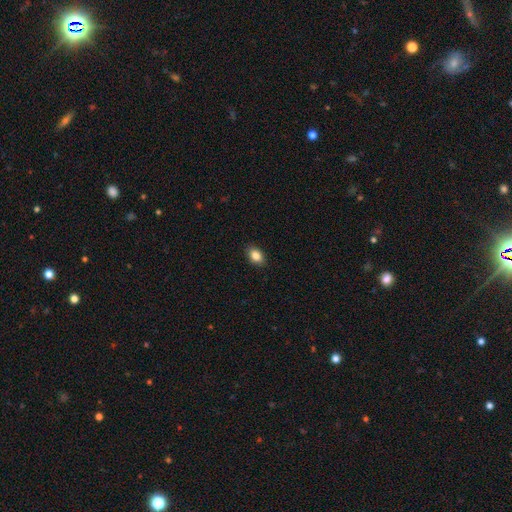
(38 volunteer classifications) Smooth or featured: smooth — 89% (featured or disk — 5%)
How rounded: in between — 82% (round — 15%)
Merging: none — 94% (minor disturbance — 3%)